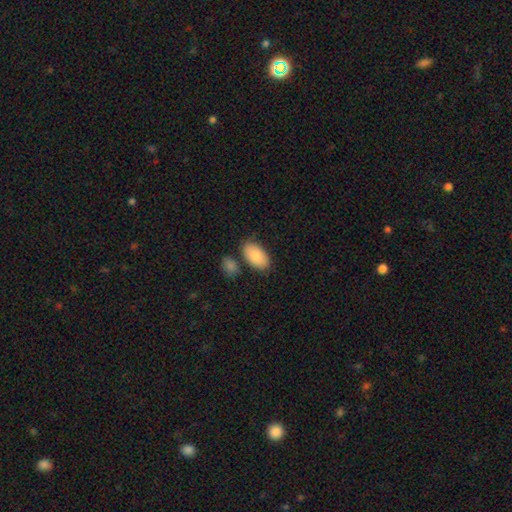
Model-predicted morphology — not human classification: A smooth galaxy with no disk features (87%) that is in between round and cigar-shaped (95%). Merging: none (74%).